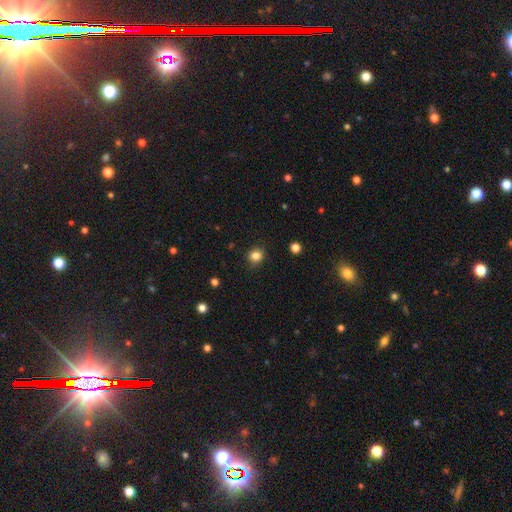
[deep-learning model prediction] This appears to be a smooth galaxy with no disk features (84%) that is round (80%). Merging: none (87%).